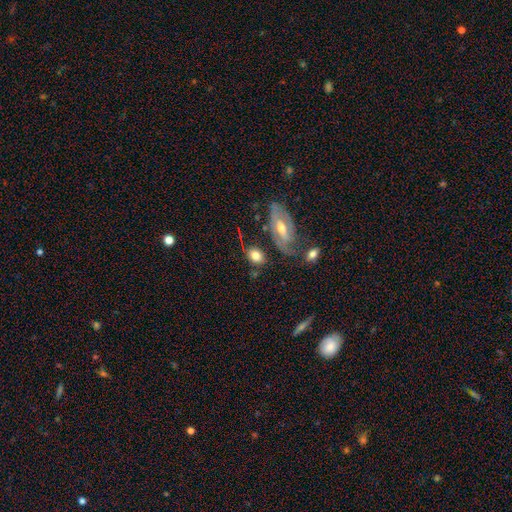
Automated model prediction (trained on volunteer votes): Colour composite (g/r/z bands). It shows a smooth galaxy with no disk features (72%) that is in between round and cigar-shaped (73%). Merging: none (60%).